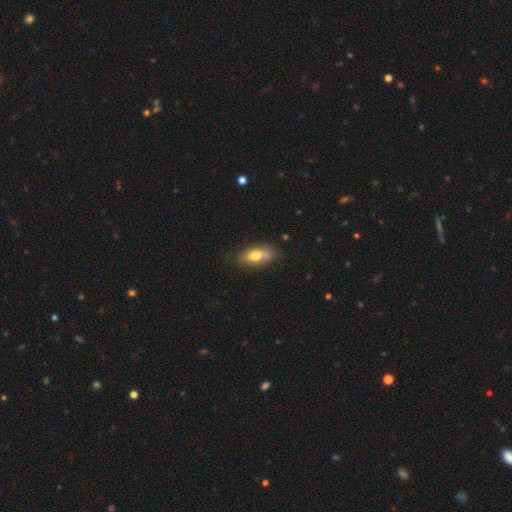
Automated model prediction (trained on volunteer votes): smooth-or-featured: smooth: 70% | featured or disk: 23% | star or artifact: 7%
  how-rounded: in between: 85% | cigar-shaped: 11% | round: 4%
  merging: none: 69% | minor disturbance: 23% | major disturbance: 5% | merger: 4%